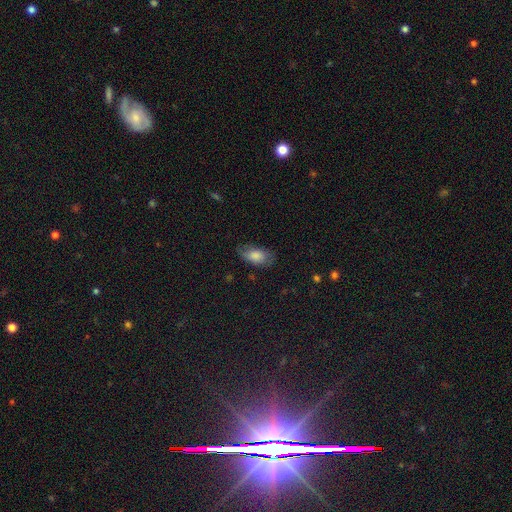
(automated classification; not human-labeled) A smooth galaxy with no disk features (73%) that is in between round and cigar-shaped (91%).

Vote fractions:
- Smooth or featured? smooth: 73% / featured or disk: 19% / star or artifact: 8%
- How rounded? in between: 91% / round: 5% / cigar-shaped: 4%
- Merging? none: 66% / minor disturbance: 24% / major disturbance: 8% / merger: 1%